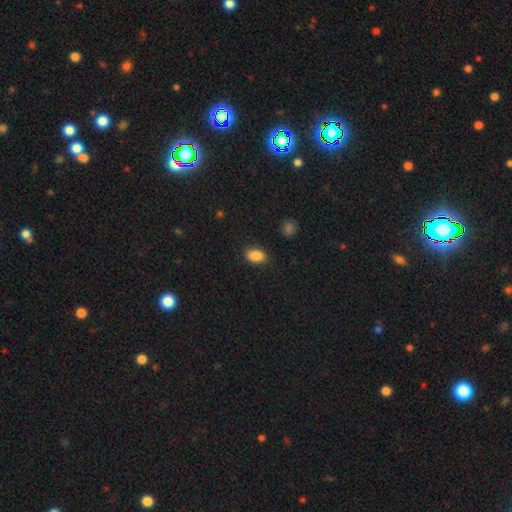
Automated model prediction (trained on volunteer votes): This appears to be a smooth galaxy with no disk features (87%) that is in between round and cigar-shaped (86%). Merging: none (85%).